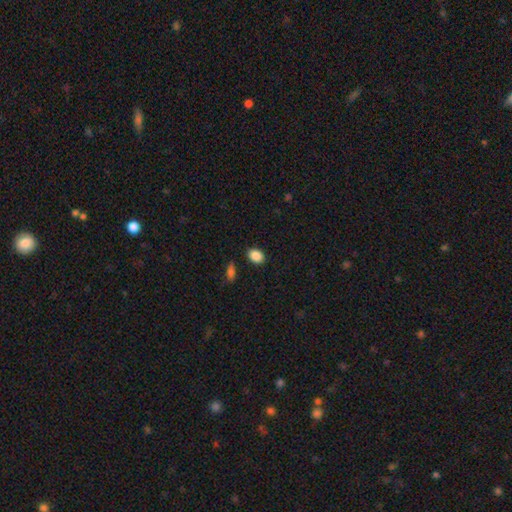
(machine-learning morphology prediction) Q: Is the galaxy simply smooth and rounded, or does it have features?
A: smooth — 88%.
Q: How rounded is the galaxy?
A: in between — 74%.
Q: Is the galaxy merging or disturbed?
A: none — 86%.